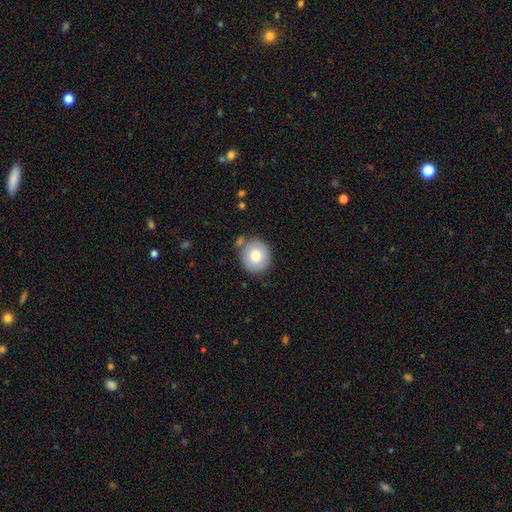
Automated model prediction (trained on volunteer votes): This is likely a smooth galaxy (76%). How rounded: clearly round (88%). Merging: likely none (76%).